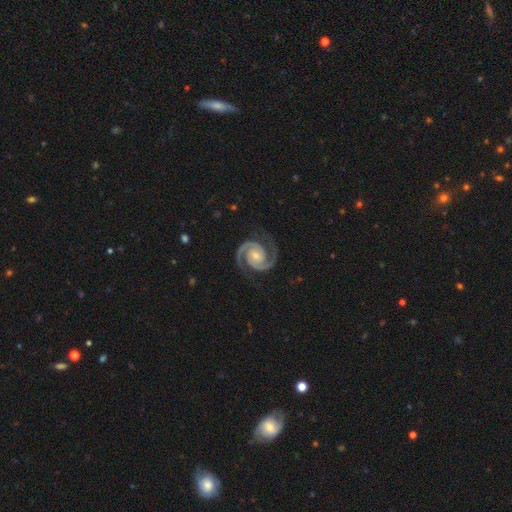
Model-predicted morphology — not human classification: type=featured or disk (94%); edge-on=no (98%); bar=no (65%); spiral arms=yes (99%); winding=tight (49%); arm count=2 (95%); bulge=small (59%); merging=none (85%).